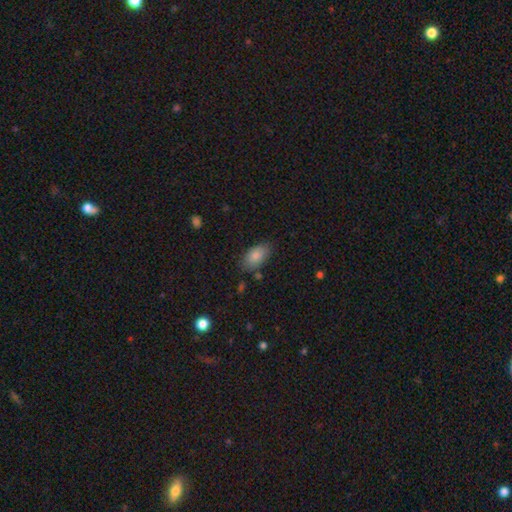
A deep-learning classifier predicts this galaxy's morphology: This appears to be a smooth galaxy with no disk features (85%) that is in between round and cigar-shaped (92%). Merging: none (77%).